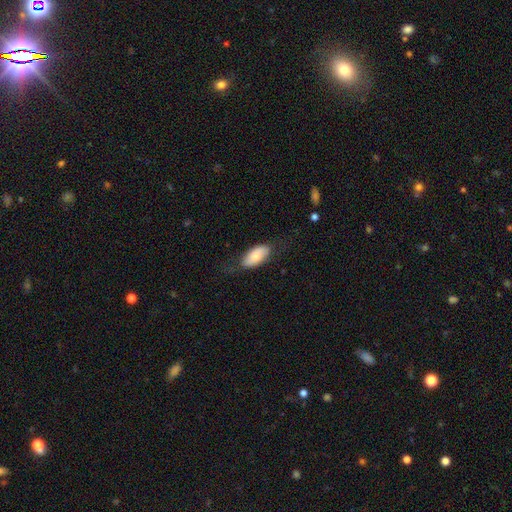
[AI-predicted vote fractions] Smooth or featured? Predicted: smooth (p=0.72). How rounded? Predicted: in between (p=0.92). Merging? Predicted: none (p=0.68).